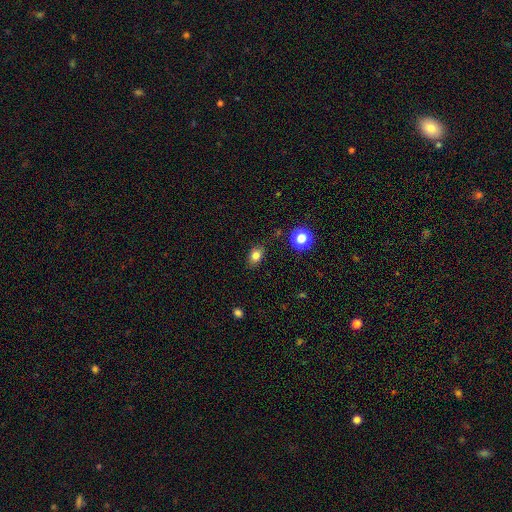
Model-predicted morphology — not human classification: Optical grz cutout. It shows a smooth galaxy with no disk features (78%) that is in between round and cigar-shaped (72%). Merging: none (83%).